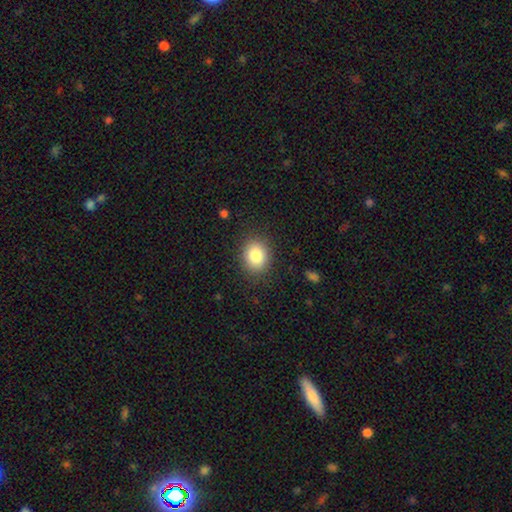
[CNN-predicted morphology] The model was most divided on "how rounded": round: 61%, in between: 39%, cigar-shaped: 1%. More confident: merging — none (87%); smooth or featured — smooth (84%).